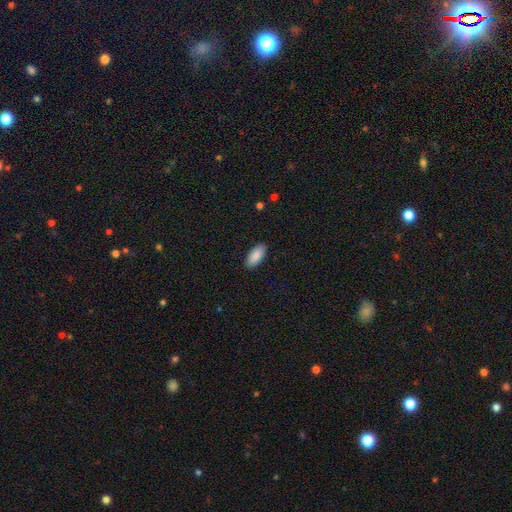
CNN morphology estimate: Smooth or featured: smooth — 89% (star or artifact — 6%)
How rounded: in between — 89% (cigar-shaped — 9%)
Merging: none — 90% (minor disturbance — 8%)